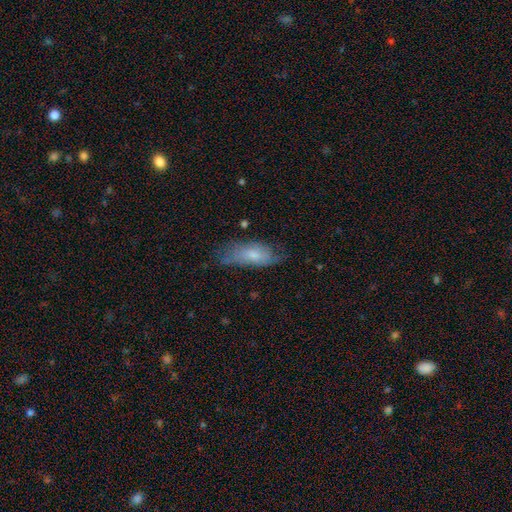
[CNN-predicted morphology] This is possibly a smooth galaxy (49%). Merging: likely none (66%).